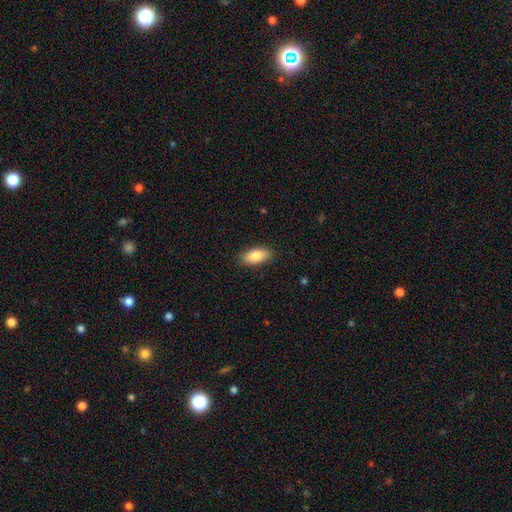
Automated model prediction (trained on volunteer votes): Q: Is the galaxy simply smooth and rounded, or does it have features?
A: smooth — 86%.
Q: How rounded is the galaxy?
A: in between — 89%.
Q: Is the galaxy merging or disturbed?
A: none — 88%.